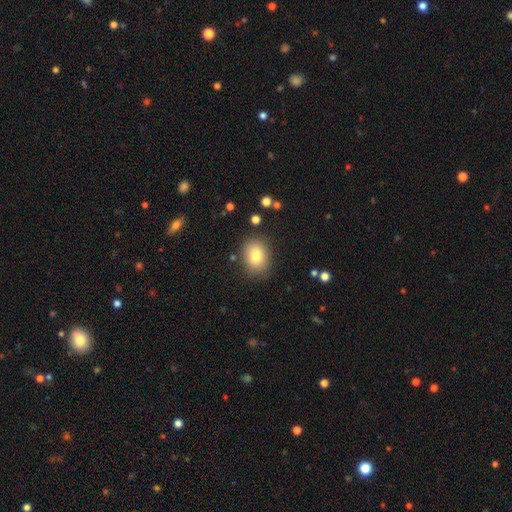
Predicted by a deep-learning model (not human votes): Smooth or featured?
  - smooth: 79% *
  - featured or disk: 11%
  - star or artifact: 11%
How rounded?
  - in between: 50% *
  - round: 49%
  - cigar-shaped: 1%
Merging?
  - none: 83% *
  - minor disturbance: 11%
  - major disturbance: 3%
  - merger: 2%